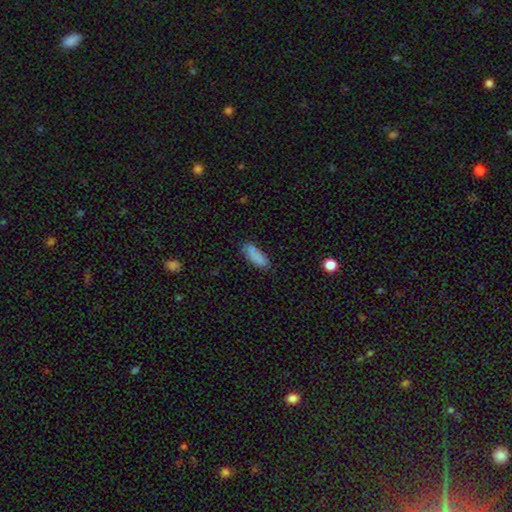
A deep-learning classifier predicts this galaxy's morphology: Smooth or featured?
  - smooth: 87% *
  - star or artifact: 8%
  - featured or disk: 5%
How rounded?
  - in between: 64% *
  - cigar-shaped: 34%
  - round: 2%
Merging?
  - none: 80% *
  - minor disturbance: 15%
  - major disturbance: 3%
  - merger: 2%